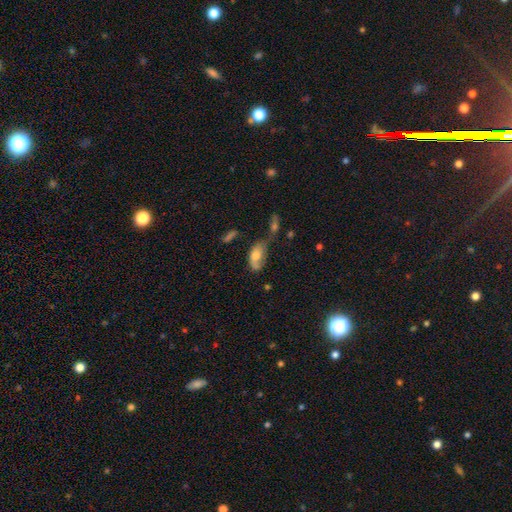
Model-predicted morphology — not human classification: A smooth galaxy with no disk features (62%) that is in between round and cigar-shaped (88%). Merging: none (26%, tied with merger).